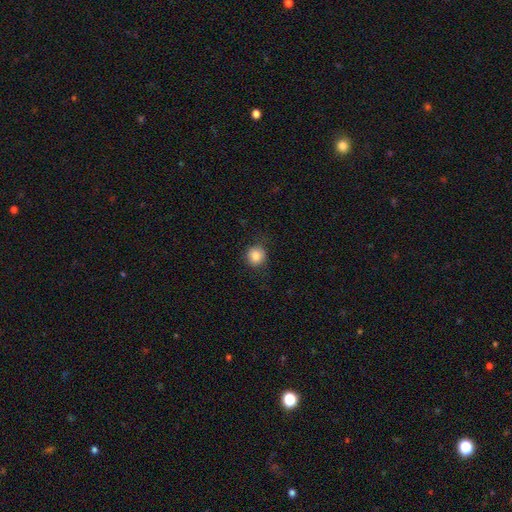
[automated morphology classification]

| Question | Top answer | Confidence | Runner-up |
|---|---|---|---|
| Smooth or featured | smooth | 84% | star or artifact (10%) |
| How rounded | round | 89% | in between (10%) |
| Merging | none | 82% | minor disturbance (13%) |